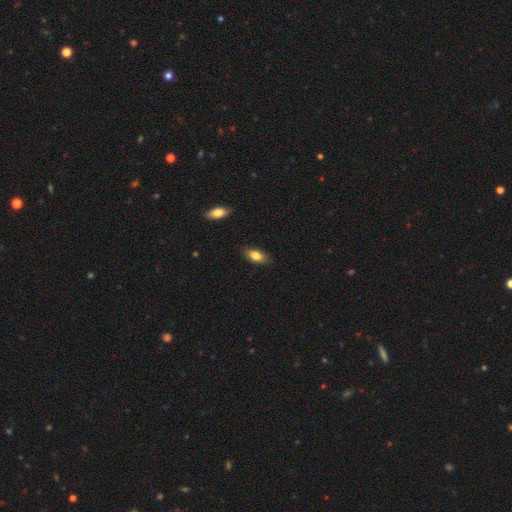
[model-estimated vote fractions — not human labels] The model was most divided on "merging": none: 83%, minor disturbance: 14%, major disturbance: 3%, merger: 1%. More confident: how rounded — in between (88%); smooth or featured — smooth (82%).